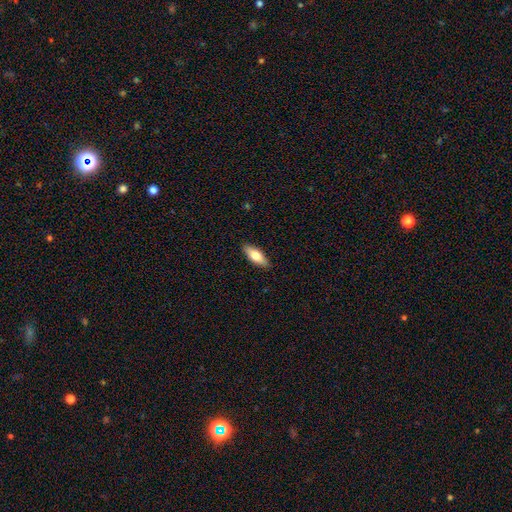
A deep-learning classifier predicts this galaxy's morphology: type=smooth (71%); roundness=in between (68%); merging=none (88%).